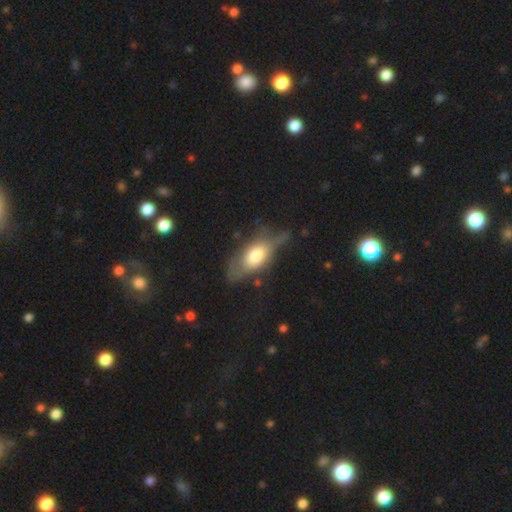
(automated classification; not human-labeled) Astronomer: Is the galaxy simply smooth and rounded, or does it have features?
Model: smooth — 54% (runner-up: featured or disk, 38%).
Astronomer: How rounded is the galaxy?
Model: in between — 83%.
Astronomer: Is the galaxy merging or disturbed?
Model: none — 42% (runner-up: minor disturbance, 31%).